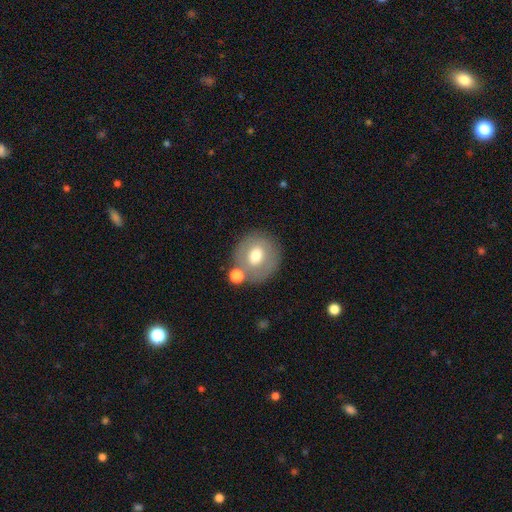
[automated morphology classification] Smooth or featured? smooth (63%)
How rounded? round (81%)
Merging? none (70%)